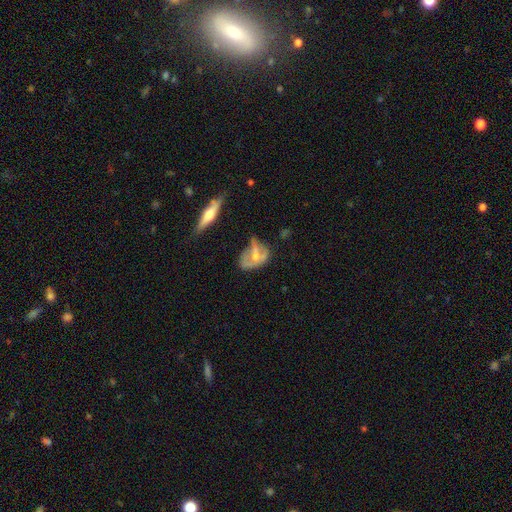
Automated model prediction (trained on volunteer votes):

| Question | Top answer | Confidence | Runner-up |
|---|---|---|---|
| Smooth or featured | featured or disk | 54% | smooth (37%) |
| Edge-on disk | no | 92% | yes (8%) |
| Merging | major disturbance | 30% | tied: none (30%) |